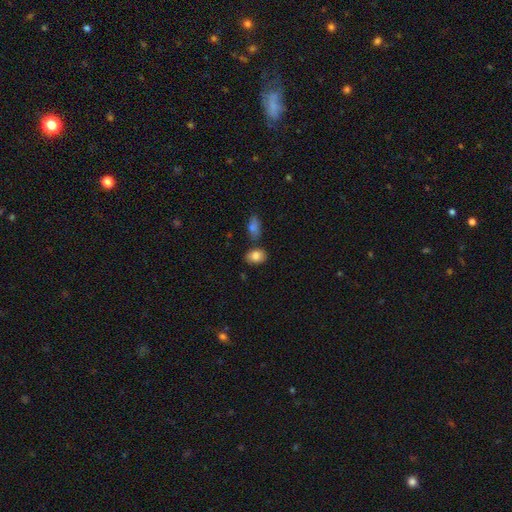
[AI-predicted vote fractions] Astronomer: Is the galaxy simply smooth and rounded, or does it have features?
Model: smooth — 84%.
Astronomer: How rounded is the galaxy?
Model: in between — 76%.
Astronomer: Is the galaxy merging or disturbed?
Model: none — 68%.